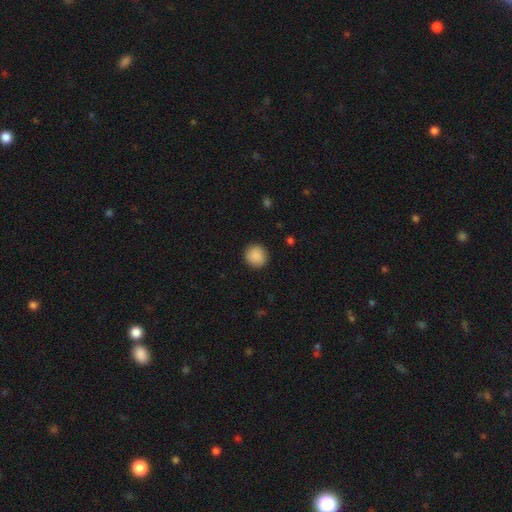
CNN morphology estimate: This appears to be a smooth galaxy with no disk features (90%) that is round (93%). Merging: none (91%).